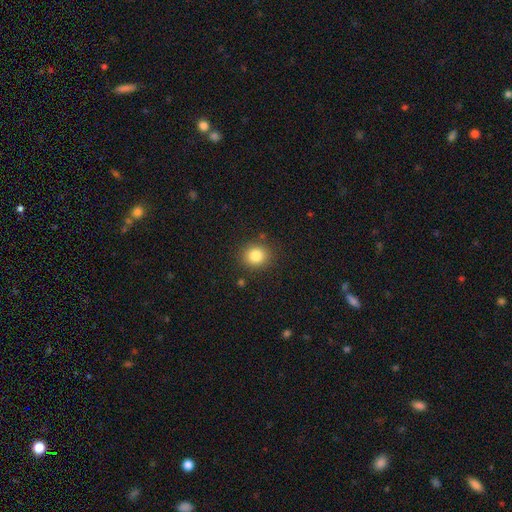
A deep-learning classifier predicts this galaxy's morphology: Q: Smooth or featured?
A: smooth (83%); runner-up: star or artifact (11%)
Q: How rounded?
A: round (80%); runner-up: in between (19%)
Q: Merging?
A: none (87%); runner-up: minor disturbance (8%)